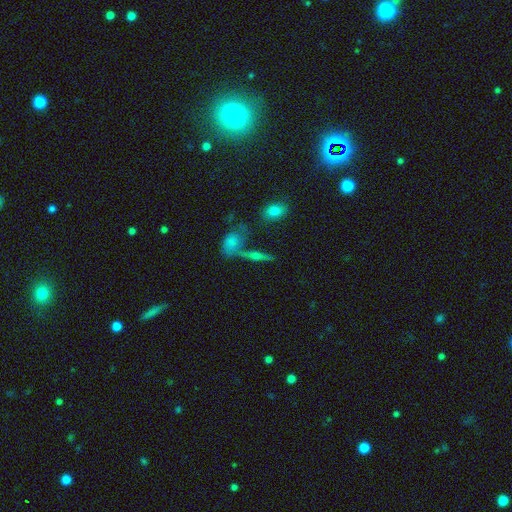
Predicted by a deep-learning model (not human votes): featured or disk 48%, smooth 40%, star or artifact 12%. Down the decision tree: merging — none (61%).